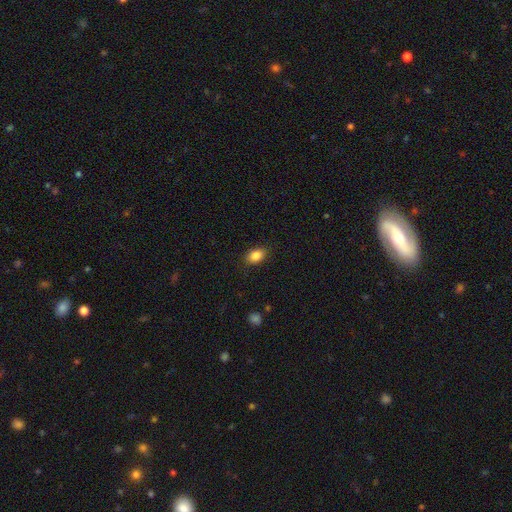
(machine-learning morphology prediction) Q: Smooth or featured?
A: smooth (87%); runner-up: star or artifact (9%)
Q: How rounded?
A: in between (82%); runner-up: round (16%)
Q: Merging?
A: none (87%); runner-up: minor disturbance (10%)